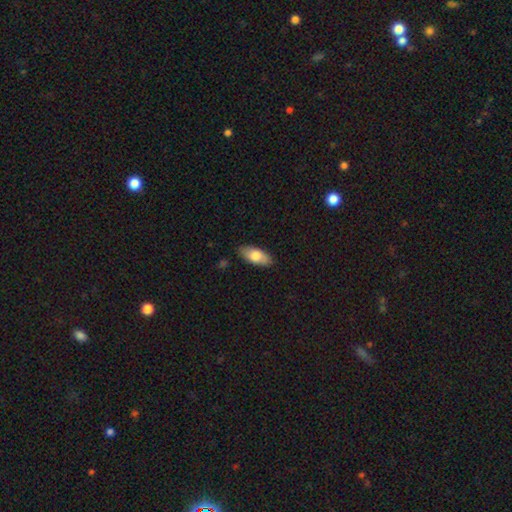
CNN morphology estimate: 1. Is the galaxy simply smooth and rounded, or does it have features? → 77% smooth, 17% featured or disk, 6% star or artifact.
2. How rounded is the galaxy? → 87% in between, 10% cigar-shaped, 2% round.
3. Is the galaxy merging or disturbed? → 86% none, 10% minor disturbance, 2% major disturbance, 1% merger.